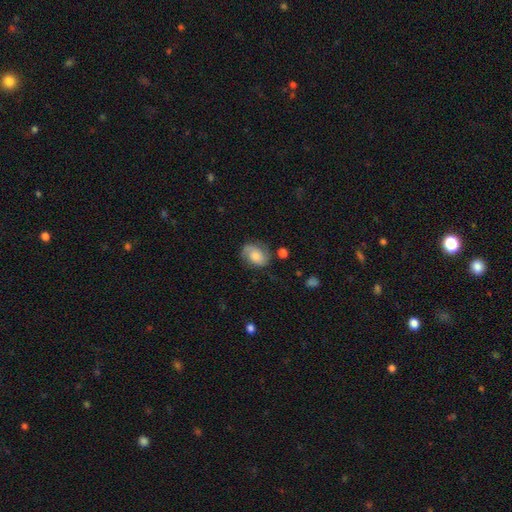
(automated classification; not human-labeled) Smooth or featured?
  - featured or disk: 51% *
  - smooth: 40%
  - star or artifact: 9%
Edge-on disk?
  - no: 97% *
  - yes: 3%
Merging?
  - none: 67% *
  - minor disturbance: 22%
  - major disturbance: 9%
  - merger: 3%